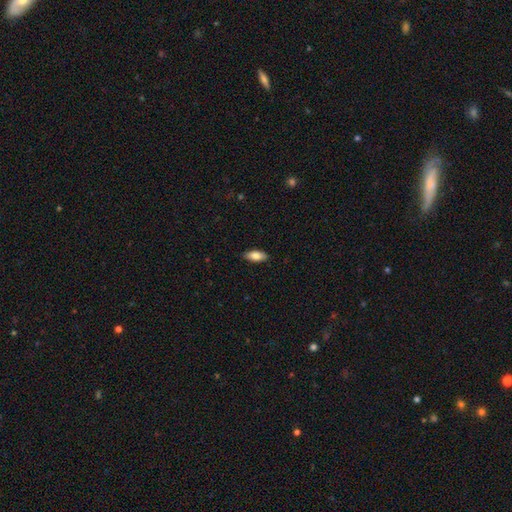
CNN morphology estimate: Smooth or featured? smooth (82%)
How rounded? in between (86%)
Merging? none (87%)